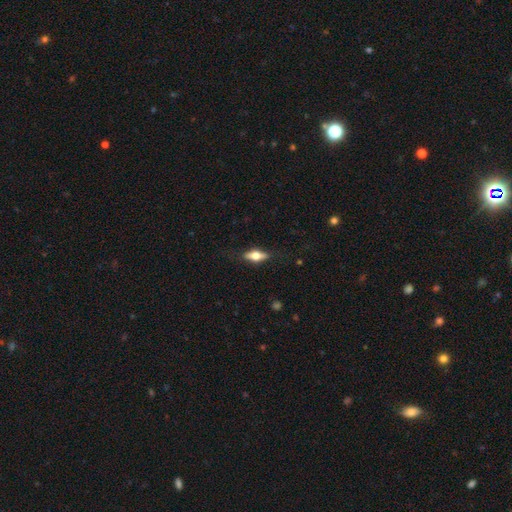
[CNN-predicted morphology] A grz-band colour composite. It shows a featured or disk galaxy (49%). Merging: none (82%).